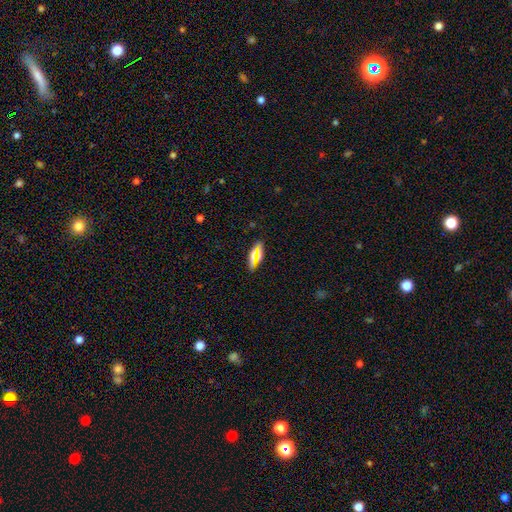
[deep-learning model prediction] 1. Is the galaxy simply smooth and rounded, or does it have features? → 65% smooth, 18% featured or disk, 17% star or artifact.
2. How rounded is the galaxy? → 61% in between, 32% cigar-shaped, 6% round.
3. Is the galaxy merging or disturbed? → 83% none, 11% minor disturbance, 3% major disturbance, 3% merger.